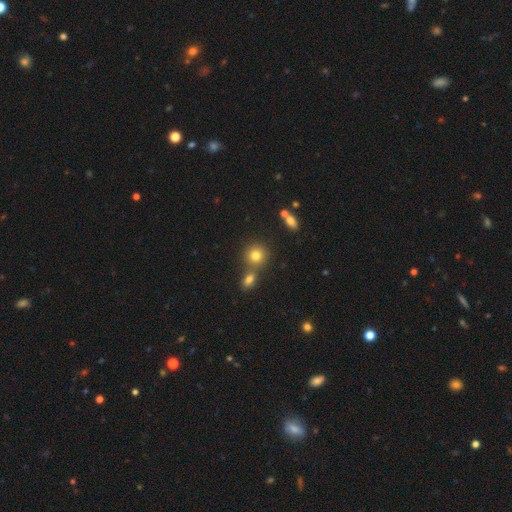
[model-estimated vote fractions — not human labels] smooth 78%, star or artifact 13%, featured or disk 9%. Down the decision tree: how rounded — round (84%); merging — none (62%).